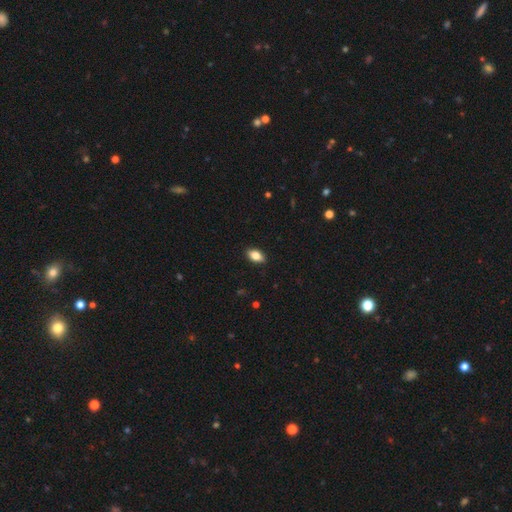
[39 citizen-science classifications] This appears to be a smooth galaxy with no disk features (69%) that is in between round and cigar-shaped (96%). Merging: none (92%).